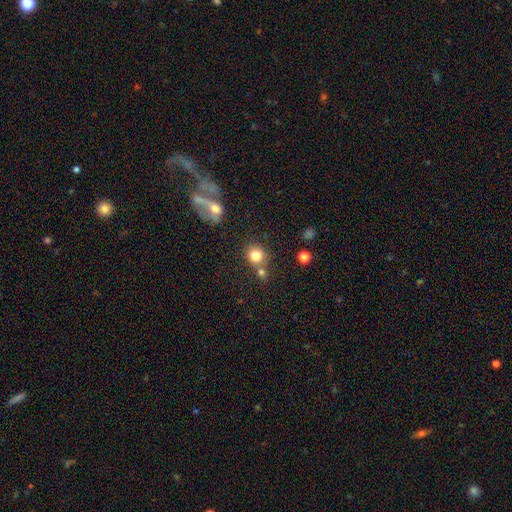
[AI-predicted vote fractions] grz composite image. It shows a smooth galaxy with no disk features (80%) that is round (85%). Merging: none (63%).